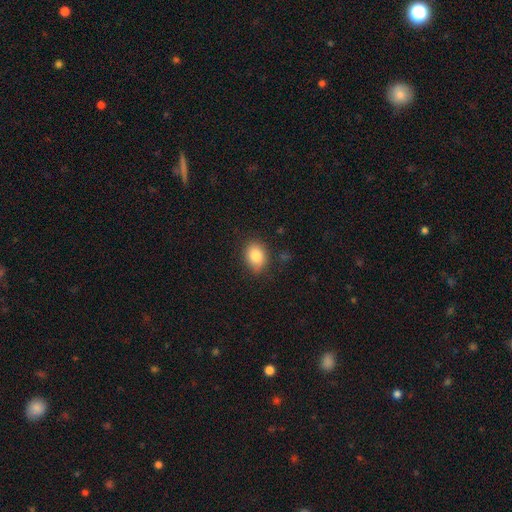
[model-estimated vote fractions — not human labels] The model was most divided on "how rounded": in between: 63%, round: 36%, cigar-shaped: 1%. More confident: smooth or featured — smooth (84%); merging — none (81%).